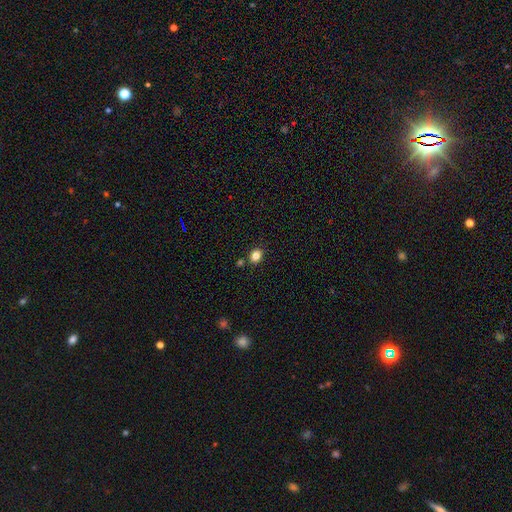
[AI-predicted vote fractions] A smooth galaxy with no disk features (83%) that is in between round and cigar-shaped (54%).

Vote fractions:
- Smooth or featured? smooth: 83% / star or artifact: 12% / featured or disk: 5%
- How rounded? in between: 54% / round: 45% / cigar-shaped: 1%
- Merging? none: 80% / minor disturbance: 11% / merger: 7% / major disturbance: 3%